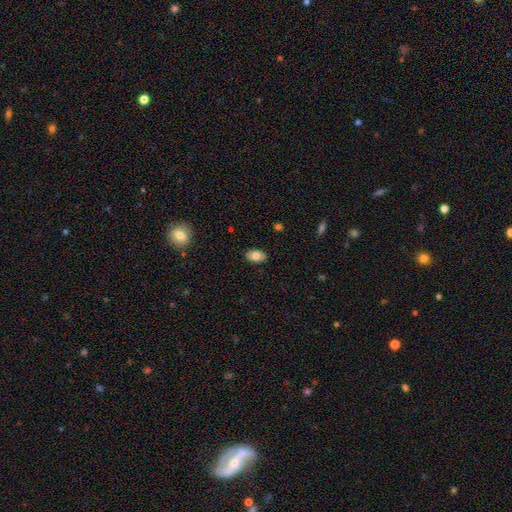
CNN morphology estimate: A smooth galaxy with no disk features (80%) that is in between round and cigar-shaped (91%).

Vote fractions:
- Smooth or featured? smooth: 80% / featured or disk: 12% / star or artifact: 8%
- How rounded? in between: 91% / round: 8% / cigar-shaped: 1%
- Merging? none: 88% / minor disturbance: 10% / major disturbance: 2% / merger: 1%